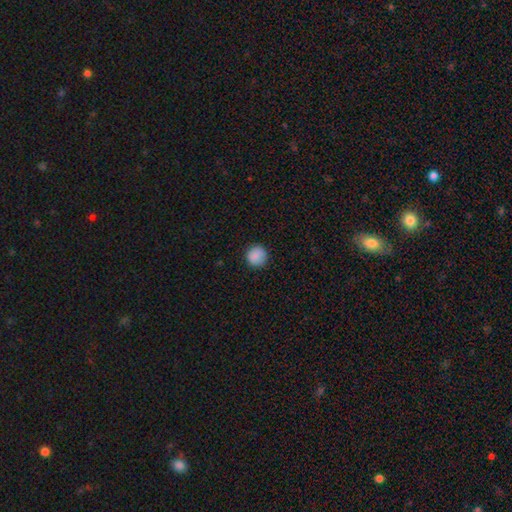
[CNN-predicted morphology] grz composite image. It shows a smooth galaxy with no disk features (89%) that is round (94%). Merging: none (90%).